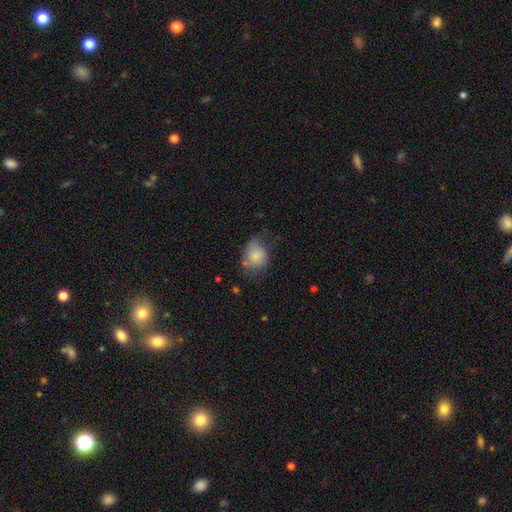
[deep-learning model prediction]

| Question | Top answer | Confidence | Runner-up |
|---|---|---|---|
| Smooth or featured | smooth | 77% | featured or disk (14%) |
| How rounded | in between | 53% | round (46%) |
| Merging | none | 43% | minor disturbance (35%) |